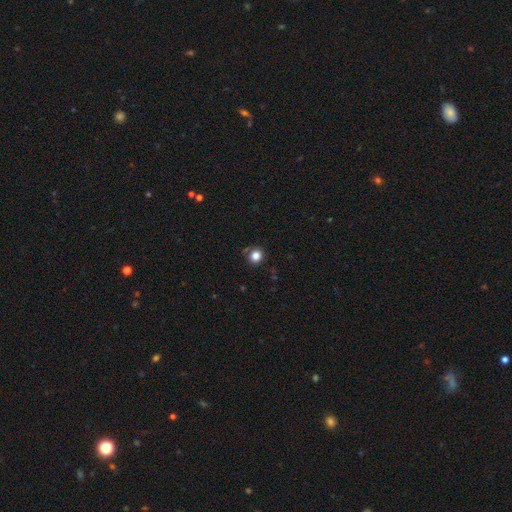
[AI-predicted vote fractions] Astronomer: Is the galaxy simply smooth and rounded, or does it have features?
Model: smooth — 83%.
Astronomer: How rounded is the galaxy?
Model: round — 88%.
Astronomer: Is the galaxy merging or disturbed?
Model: none — 83%.